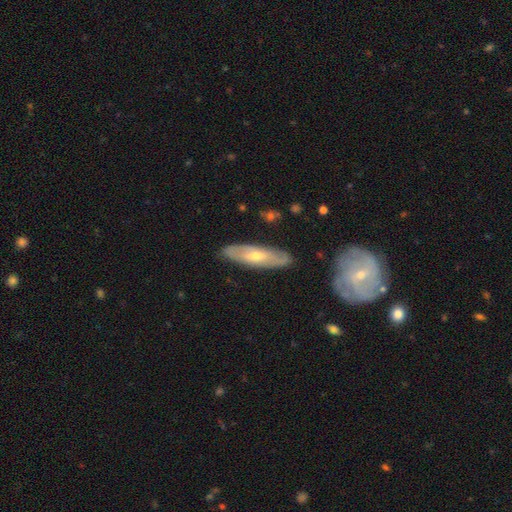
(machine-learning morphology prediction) Overall: featured or disk (62%; smooth 32%). Edge-on disk: no (64%; yes 36%). Merging: none (84%).